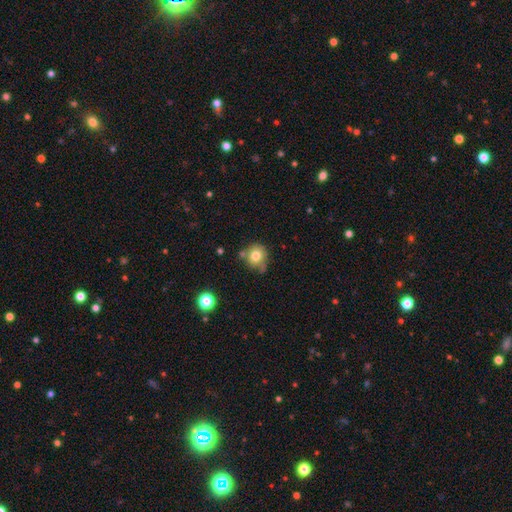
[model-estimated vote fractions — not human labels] smooth 77%, featured or disk 12%, star or artifact 11%. Down the decision tree: how rounded — round (85%); merging — none (59%).